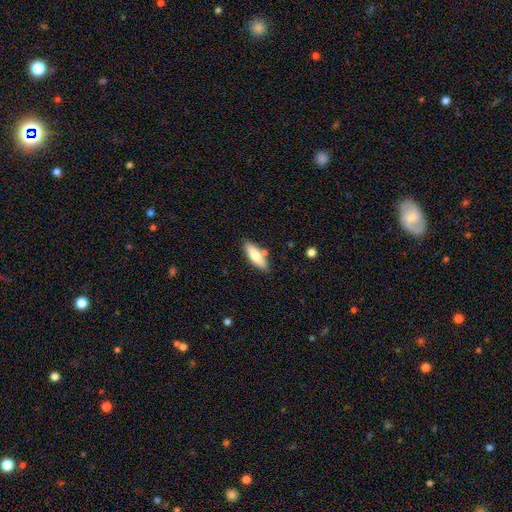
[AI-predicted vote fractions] Q: Smooth or featured?
A: smooth (72%); runner-up: featured or disk (22%)
Q: How rounded?
A: cigar-shaped (49%); tied with: in between (49%)
Q: Merging?
A: none (78%); runner-up: minor disturbance (12%)